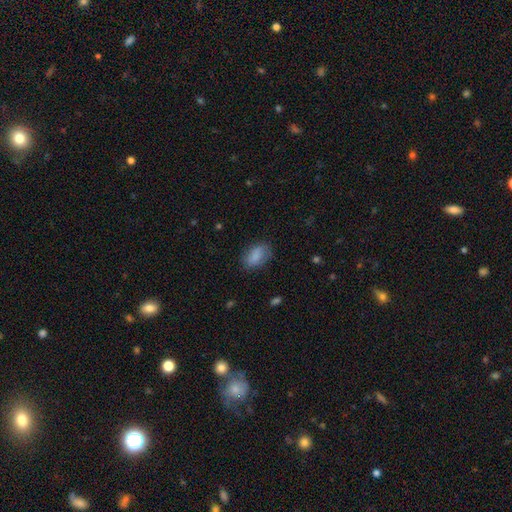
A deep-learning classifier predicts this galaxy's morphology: Smooth or featured?
  - smooth: 84% *
  - featured or disk: 9%
  - star or artifact: 7%
How rounded?
  - in between: 88% *
  - round: 9%
  - cigar-shaped: 3%
Merging?
  - none: 75% *
  - minor disturbance: 18%
  - major disturbance: 5%
  - merger: 1%